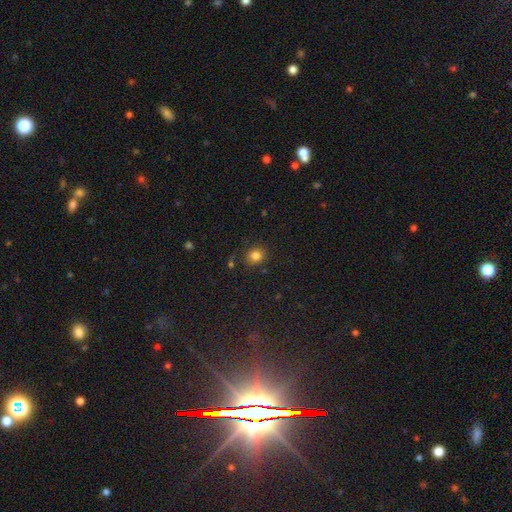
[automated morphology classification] Smooth or featured? Predicted: smooth (p=0.82). How rounded? Predicted: round (p=0.79). Merging? Predicted: none (p=0.84).